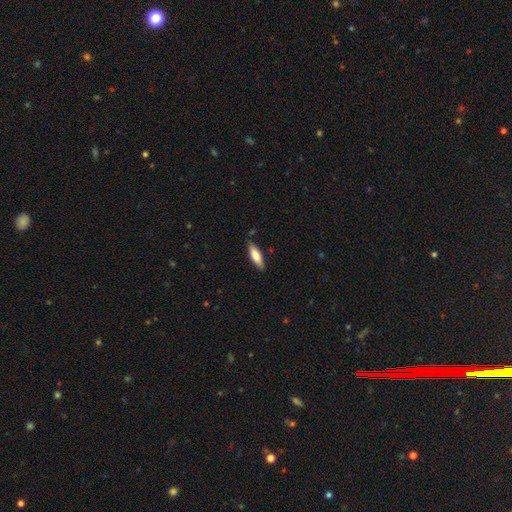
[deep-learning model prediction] Q: Smooth or featured?
A: smooth (78%); runner-up: featured or disk (16%)
Q: How rounded?
A: cigar-shaped (51%); runner-up: in between (47%)
Q: Merging?
A: none (83%); runner-up: minor disturbance (13%)